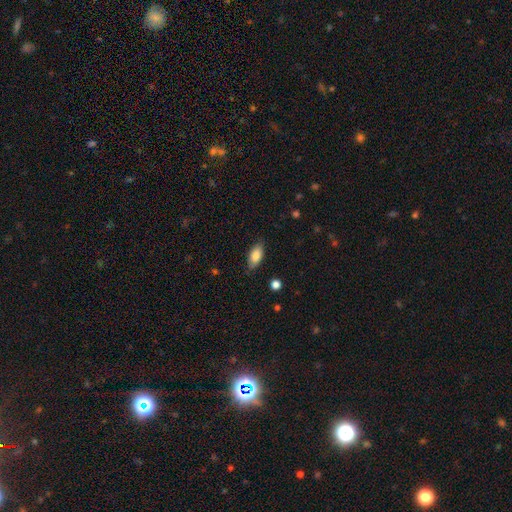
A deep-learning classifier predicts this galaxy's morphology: Q: Smooth or featured?
A: smooth (81%); runner-up: featured or disk (12%)
Q: How rounded?
A: in between (88%); runner-up: cigar-shaped (9%)
Q: Merging?
A: none (80%); runner-up: minor disturbance (16%)